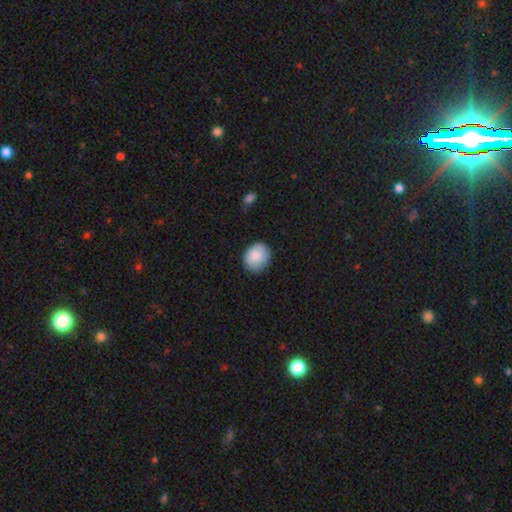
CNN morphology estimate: Overall: smooth (86%). How rounded: round (63%; in between 37%). Merging: none (81%).